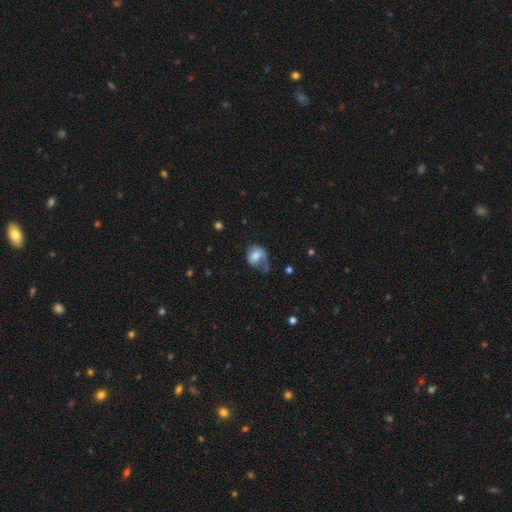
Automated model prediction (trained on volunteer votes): smooth-or-featured: smooth: 54% | featured or disk: 37% | star or artifact: 9%
  how-rounded: in between: 59% | round: 39% | cigar-shaped: 1%
  merging: major disturbance: 39% | none: 29% | minor disturbance: 27% | merger: 5%